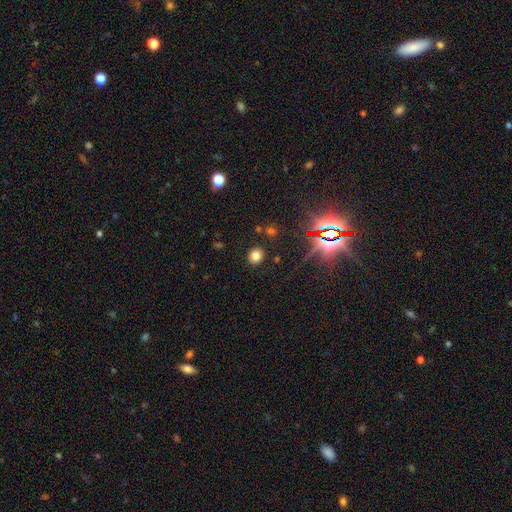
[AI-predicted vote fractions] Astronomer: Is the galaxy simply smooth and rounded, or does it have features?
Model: smooth — 75%.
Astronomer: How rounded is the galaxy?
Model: round — 79%.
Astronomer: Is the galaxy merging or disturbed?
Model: none — 88%.